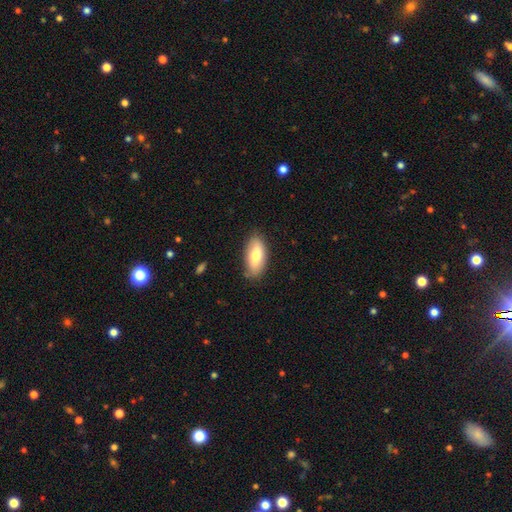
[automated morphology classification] This is likely a smooth galaxy (74%). How rounded: clearly in between (87%). Merging: clearly none (82%).